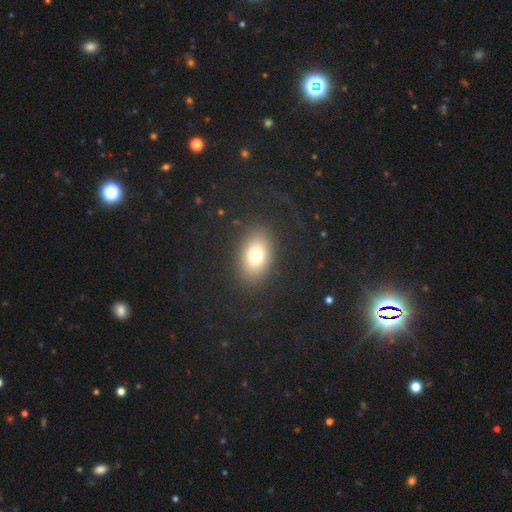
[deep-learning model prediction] A smooth galaxy with no disk features (74%) that is in between round and cigar-shaped (77%). Merging: none (84%).